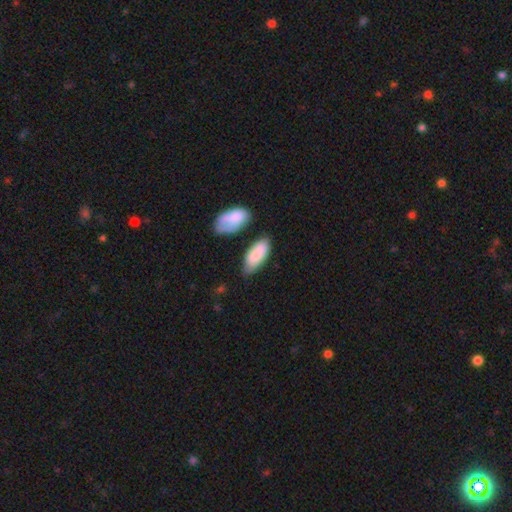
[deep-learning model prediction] smooth_or_featured: smooth (p=0.84) [alt: featured or disk p=0.10]
how_rounded: in between (p=0.87) [alt: cigar-shaped p=0.11]
merging: none (p=0.63) [alt: minor disturbance p=0.21]